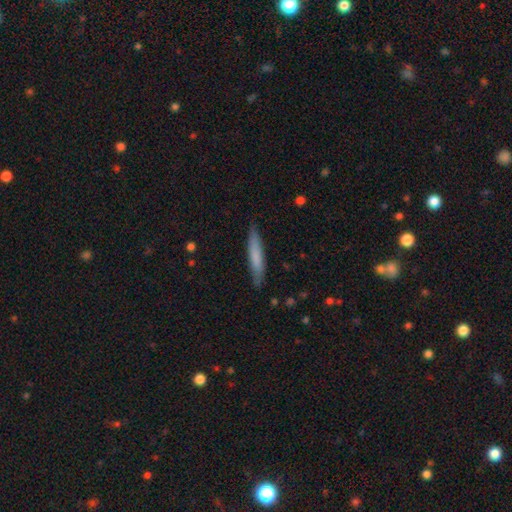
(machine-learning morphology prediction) The model was most divided on "smooth or featured": smooth: 70%, featured or disk: 24%, star or artifact: 6%. More confident: how rounded — cigar-shaped (91%); merging — none (85%).